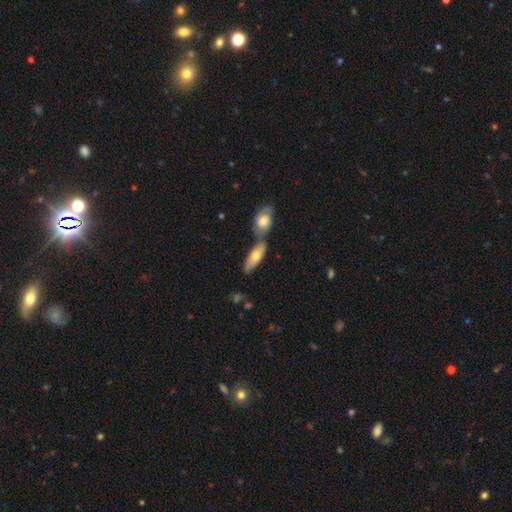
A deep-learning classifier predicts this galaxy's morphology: Smooth or featured? smooth (61%)
How rounded? in between (65%)
Merging? none (44%)